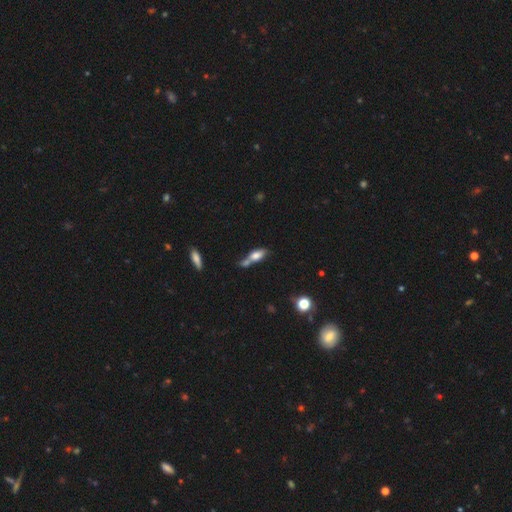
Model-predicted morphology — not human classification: This appears to be a smooth galaxy with no disk features (69%) that is in between round and cigar-shaped (67%). Merging: merger (44%).